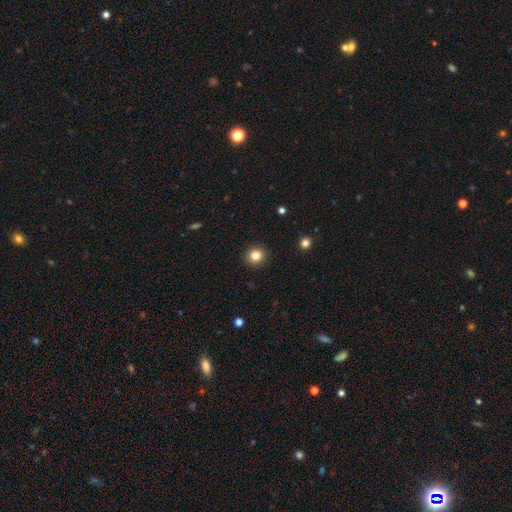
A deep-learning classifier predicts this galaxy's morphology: smooth-or-featured: smooth: 83% | star or artifact: 11% | featured or disk: 6%
  how-rounded: round: 89% | in between: 10% | cigar-shaped: 1%
  merging: none: 92% | minor disturbance: 5% | major disturbance: 2% | merger: 1%